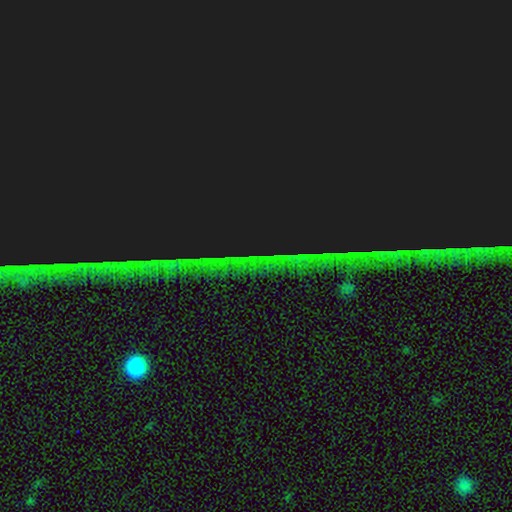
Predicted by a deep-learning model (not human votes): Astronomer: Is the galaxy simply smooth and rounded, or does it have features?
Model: star or artifact — 86%.